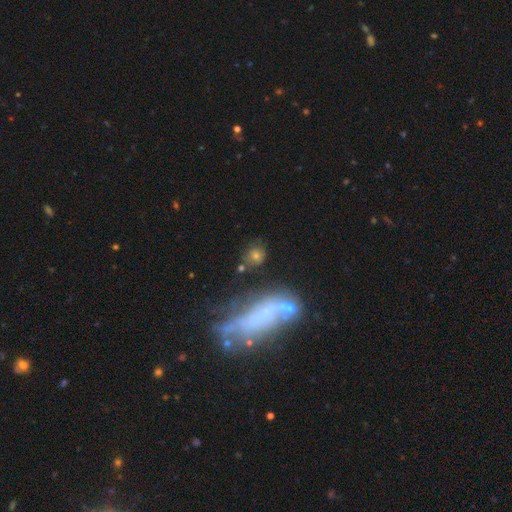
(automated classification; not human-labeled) smooth_or_featured: smooth (p=0.60) [alt: featured or disk p=0.23]
how_rounded: round (p=0.72) [alt: in between p=0.24]
merging: none (p=0.63) [alt: minor disturbance p=0.16]